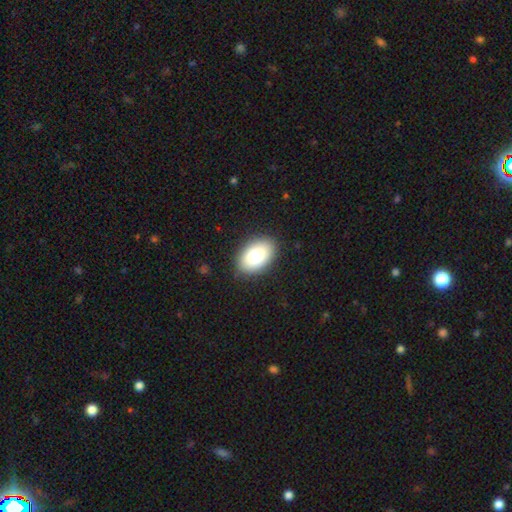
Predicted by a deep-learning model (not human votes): This is clearly a smooth galaxy (81%). How rounded: clearly in between (90%). Merging: clearly none (87%).